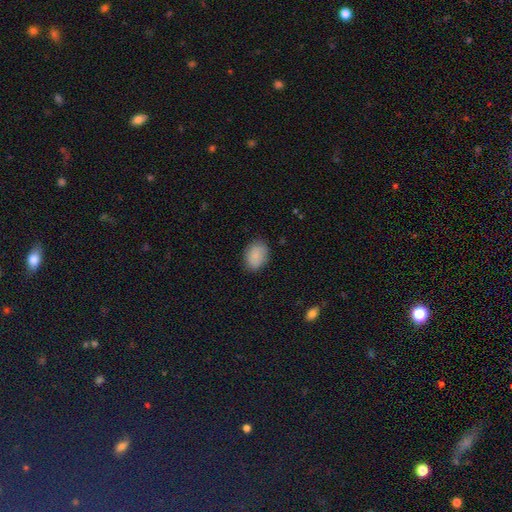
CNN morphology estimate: Smooth or featured? Predicted: smooth (p=0.86). How rounded? Predicted: in between (p=0.73). Merging? Predicted: none (p=0.82).